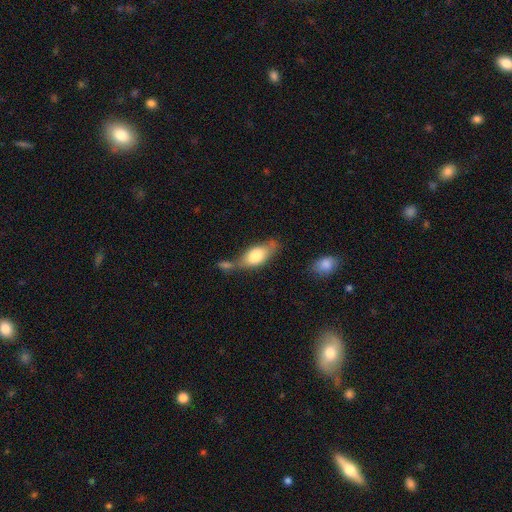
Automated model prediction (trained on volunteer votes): Q: Smooth or featured?
A: smooth (71%); runner-up: featured or disk (23%)
Q: How rounded?
A: in between (83%); runner-up: cigar-shaped (13%)
Q: Merging?
A: none (42%); runner-up: merger (28%)